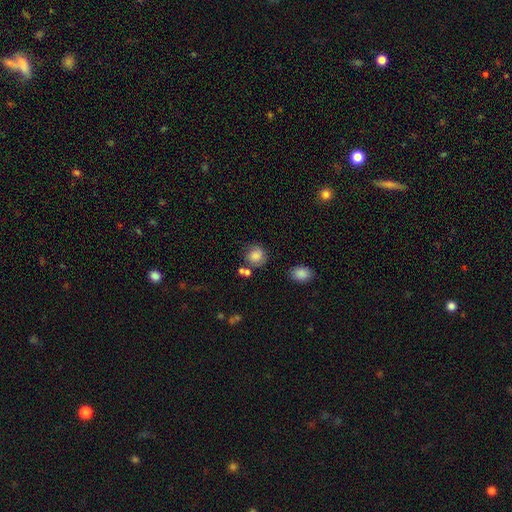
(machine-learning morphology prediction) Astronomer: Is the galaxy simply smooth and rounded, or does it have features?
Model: smooth — 78%.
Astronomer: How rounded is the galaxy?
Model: round — 81%.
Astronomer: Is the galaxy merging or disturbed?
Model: none — 64%.